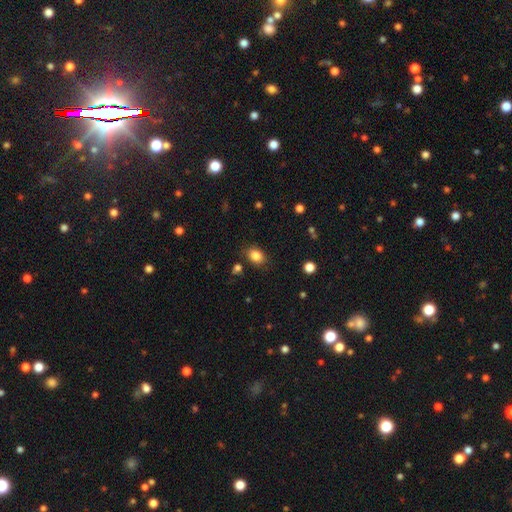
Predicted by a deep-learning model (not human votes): Smooth or featured? Predicted: smooth (p=0.84). How rounded? Predicted: in between (p=0.67). Merging? Predicted: none (p=0.81).